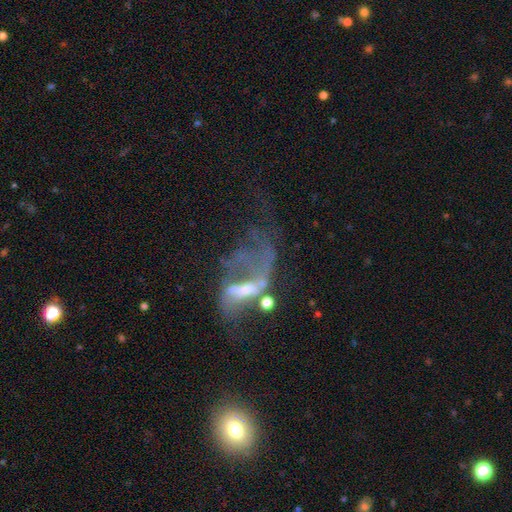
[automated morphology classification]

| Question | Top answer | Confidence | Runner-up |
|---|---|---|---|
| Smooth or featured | featured or disk | 69% | star or artifact (16%) |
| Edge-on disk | no | 91% | yes (9%) |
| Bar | no | 45% | weak (34%) |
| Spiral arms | yes | 56% | no (44%) |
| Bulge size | small | 46% | moderate (27%) |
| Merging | major disturbance | 49% | none (21%) |